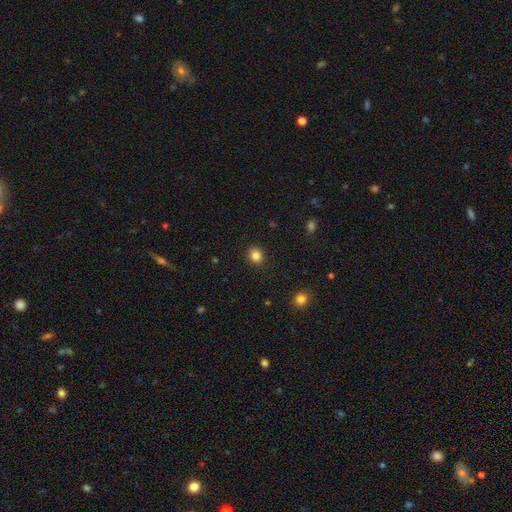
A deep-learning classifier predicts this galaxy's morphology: This appears to be a smooth galaxy with no disk features (85%) that is round (78%). Merging: none (91%).